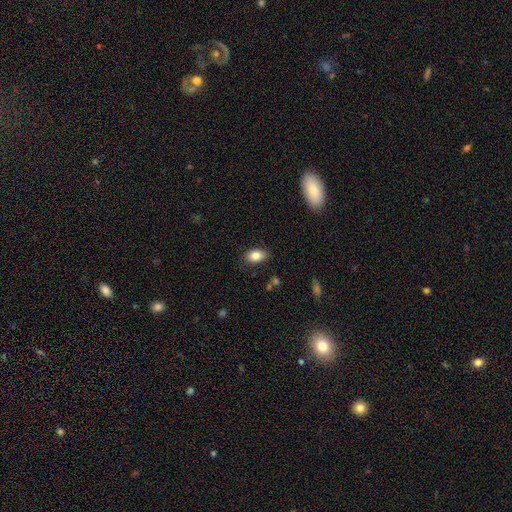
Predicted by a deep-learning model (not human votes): smooth-or-featured: smooth: 83% | featured or disk: 9% | star or artifact: 8%
  how-rounded: in between: 88% | round: 11% | cigar-shaped: 2%
  merging: none: 84% | minor disturbance: 12% | major disturbance: 3% | merger: 1%